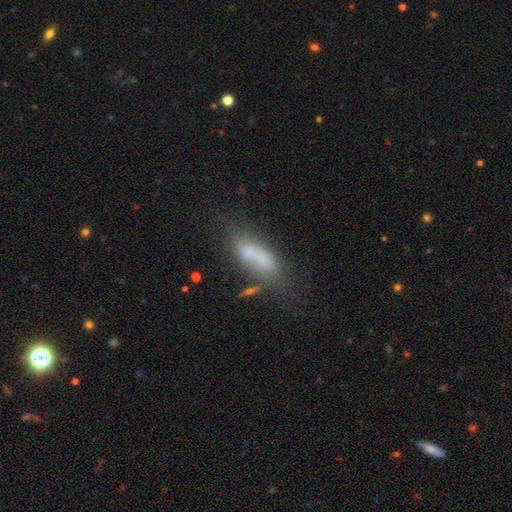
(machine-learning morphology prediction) type=smooth (65%); roundness=in between (70%); merging=none (38%).